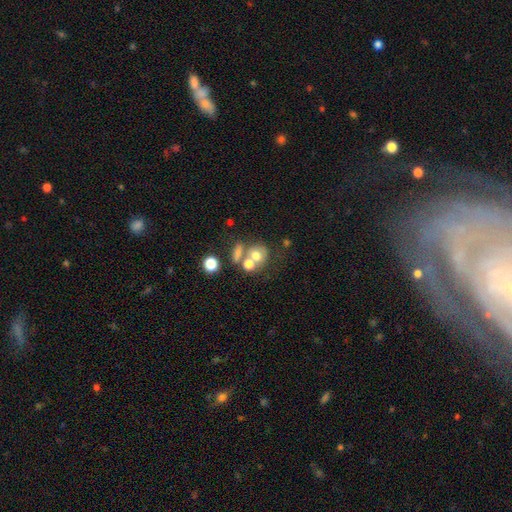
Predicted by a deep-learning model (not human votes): smooth 64%, featured or disk 23%, star or artifact 13%. Down the decision tree: how rounded — round (61%); merging — merger (47%).